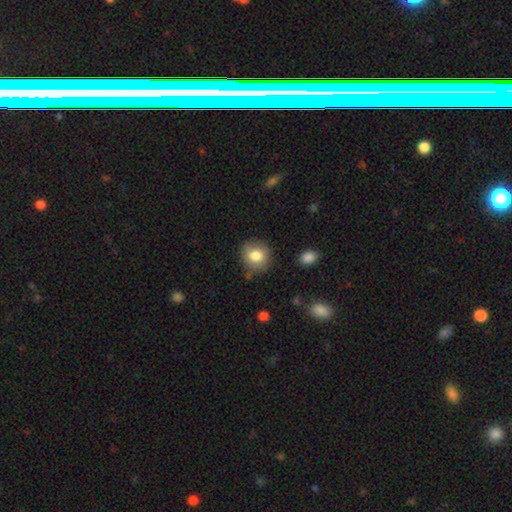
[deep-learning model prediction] smooth 82%, featured or disk 10%, star or artifact 8%. Down the decision tree: how rounded — round (79%); merging — none (81%).